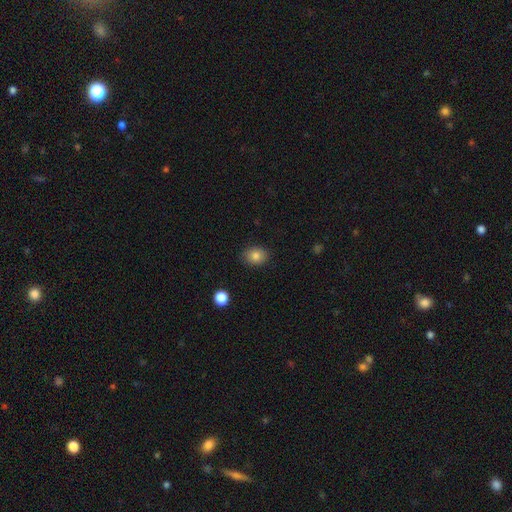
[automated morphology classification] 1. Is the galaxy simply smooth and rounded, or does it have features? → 82% smooth, 10% star or artifact, 8% featured or disk.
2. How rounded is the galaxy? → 54% in between, 45% round, 1% cigar-shaped.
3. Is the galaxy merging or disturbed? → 85% none, 11% minor disturbance, 2% major disturbance, 1% merger.